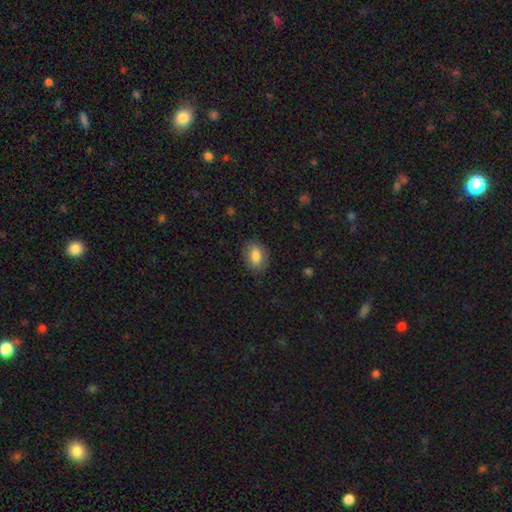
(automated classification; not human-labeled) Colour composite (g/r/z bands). It shows a smooth galaxy with no disk features (83%) that is in between round and cigar-shaped (83%). Merging: none (82%).